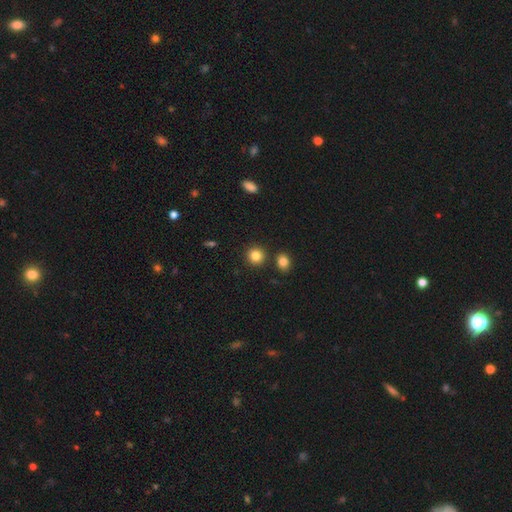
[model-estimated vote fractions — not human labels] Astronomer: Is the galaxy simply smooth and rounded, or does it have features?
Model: smooth — 84%.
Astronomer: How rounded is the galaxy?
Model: round — 89%.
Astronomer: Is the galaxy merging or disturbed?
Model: none — 85%.